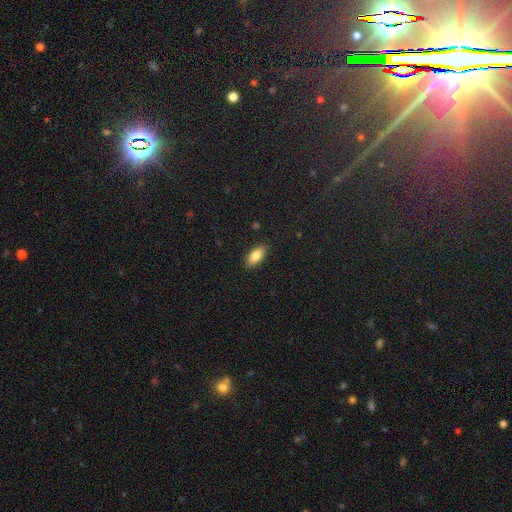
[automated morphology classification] Smooth or featured? smooth (80%)
How rounded? in between (85%)
Merging? none (87%)